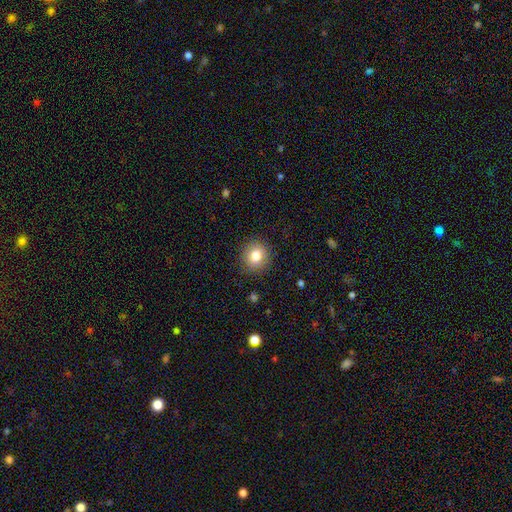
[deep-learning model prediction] Smooth or featured: smooth — 80% (star or artifact — 10%)
How rounded: round — 87% (in between — 12%)
Merging: none — 89% (minor disturbance — 8%)